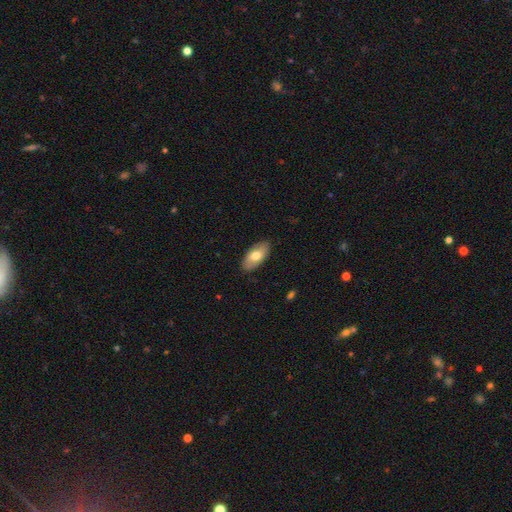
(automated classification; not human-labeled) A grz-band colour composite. It shows a smooth galaxy with no disk features (71%) that is in between round and cigar-shaped (92%). Merging: none (87%).